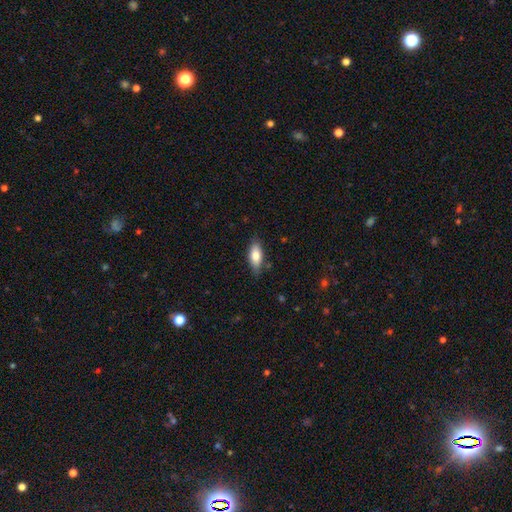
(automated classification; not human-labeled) This is likely a smooth galaxy (77%). How rounded: likely in between (76%). Merging: likely none (80%).